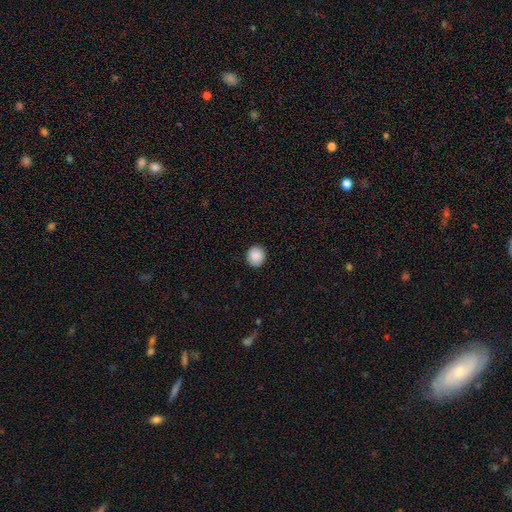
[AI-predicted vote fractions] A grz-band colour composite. It shows a smooth galaxy with no disk features (90%) that is round (86%). Merging: none (91%).